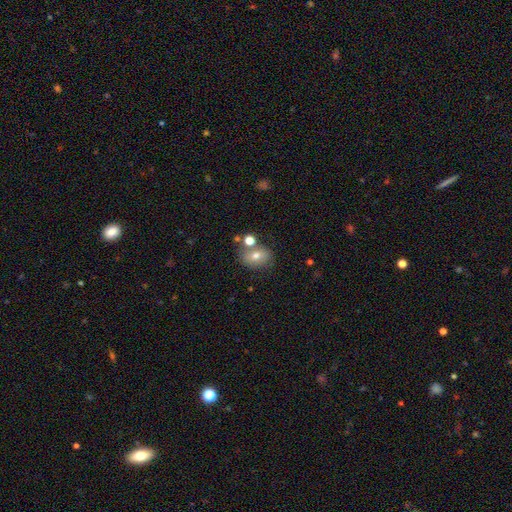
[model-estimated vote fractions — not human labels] Smooth or featured: smooth — 68% (featured or disk — 21%)
How rounded: in between — 61% (round — 38%)
Merging: none — 61% (merger — 20%)